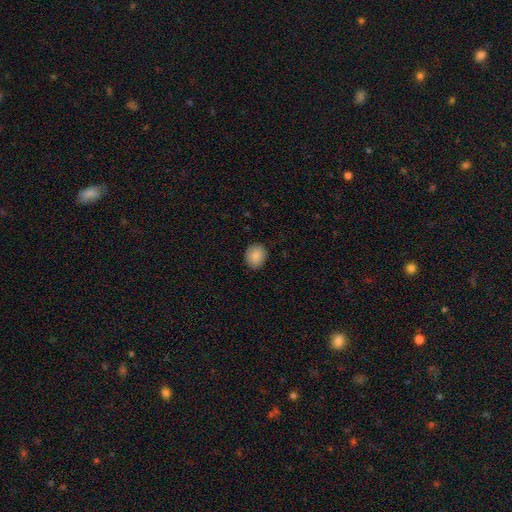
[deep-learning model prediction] The model was most divided on "how rounded": round: 64%, in between: 35%, cigar-shaped: 1%. More confident: merging — none (88%); smooth or featured — smooth (87%).